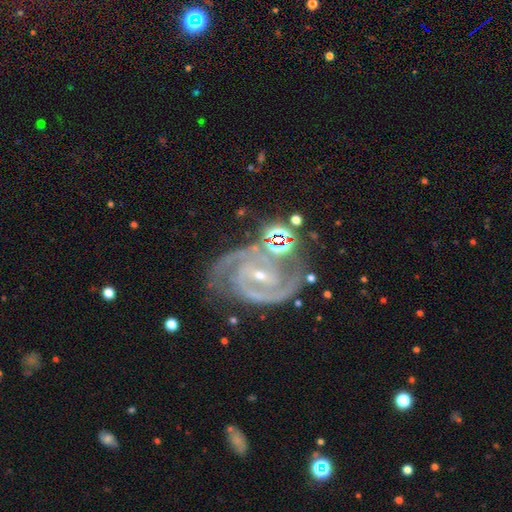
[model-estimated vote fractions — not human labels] A featured or disk galaxy (88%) with a weak bar (40%), 2 (49%) tight (61%) spiral arms (98%) and a small central bulge (76%). Merging: none (62%).